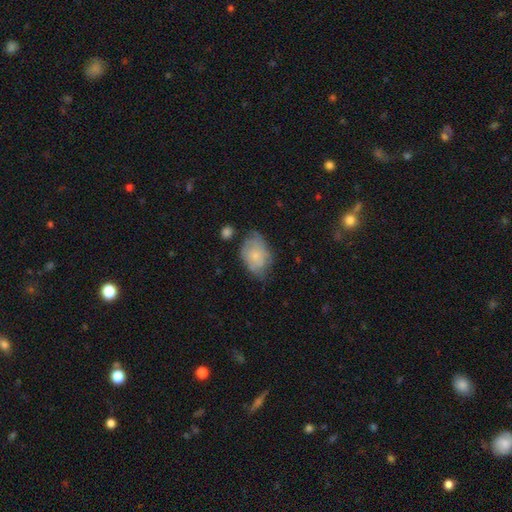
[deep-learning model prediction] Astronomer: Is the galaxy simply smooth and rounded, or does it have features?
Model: smooth — 56% (runner-up: featured or disk, 37%).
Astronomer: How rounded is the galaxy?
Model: in between — 79%.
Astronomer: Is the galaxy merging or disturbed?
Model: none — 50% (runner-up: minor disturbance, 34%).